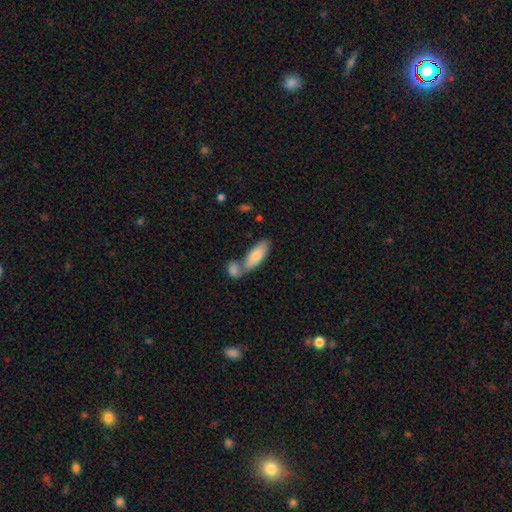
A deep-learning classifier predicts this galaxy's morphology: The model was most divided on "merging": none: 47%, merger: 38%, minor disturbance: 11%, major disturbance: 3%. More confident: smooth or featured — smooth (77%); how rounded — in between (69%).